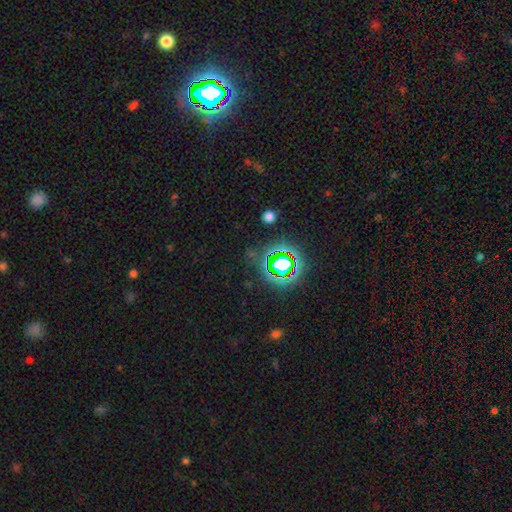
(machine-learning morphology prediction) This appears to be a star or artifact, not a galaxy (75%).